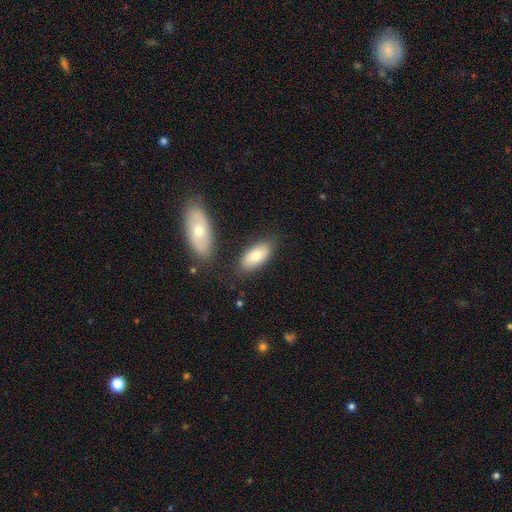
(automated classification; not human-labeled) Smooth or featured: smooth — 79% (featured or disk — 15%)
How rounded: in between — 91% (cigar-shaped — 7%)
Merging: none — 78% (minor disturbance — 12%)